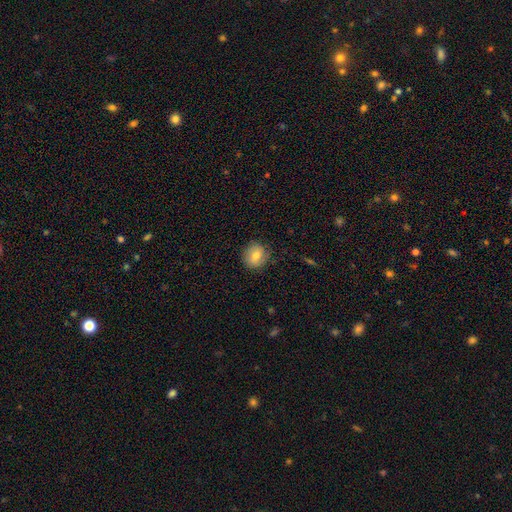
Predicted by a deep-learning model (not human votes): smooth_or_featured: smooth (p=0.76) [alt: featured or disk p=0.15]
how_rounded: round (p=0.82) [alt: in between p=0.17]
merging: none (p=0.84) [alt: minor disturbance p=0.12]